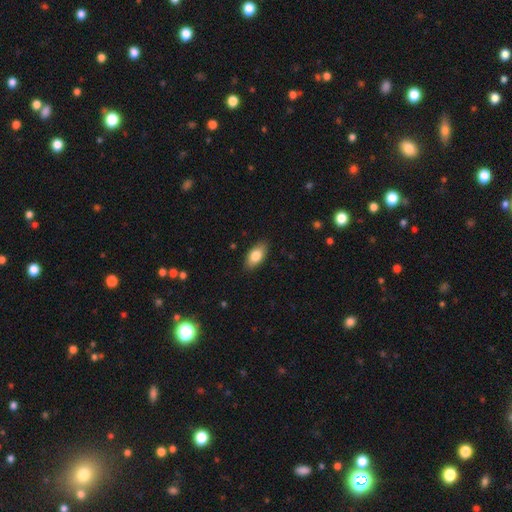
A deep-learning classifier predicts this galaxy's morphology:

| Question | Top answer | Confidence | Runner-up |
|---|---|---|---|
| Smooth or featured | smooth | 81% | featured or disk (12%) |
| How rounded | in between | 91% | cigar-shaped (5%) |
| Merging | none | 87% | minor disturbance (10%) |